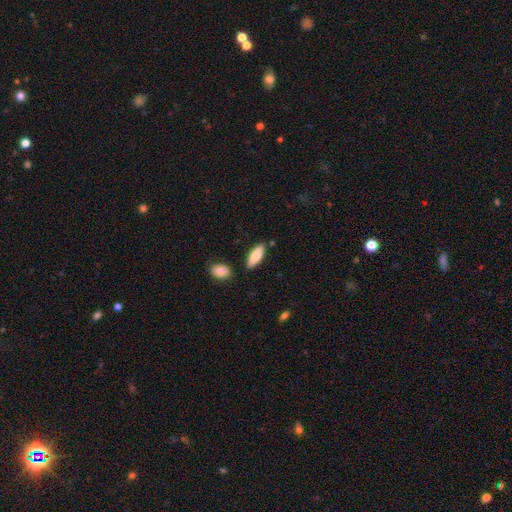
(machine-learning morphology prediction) Smooth or featured?
  - smooth: 80% *
  - featured or disk: 14%
  - star or artifact: 5%
How rounded?
  - in between: 68% *
  - cigar-shaped: 30%
  - round: 2%
Merging?
  - none: 83% *
  - minor disturbance: 10%
  - merger: 5%
  - major disturbance: 2%